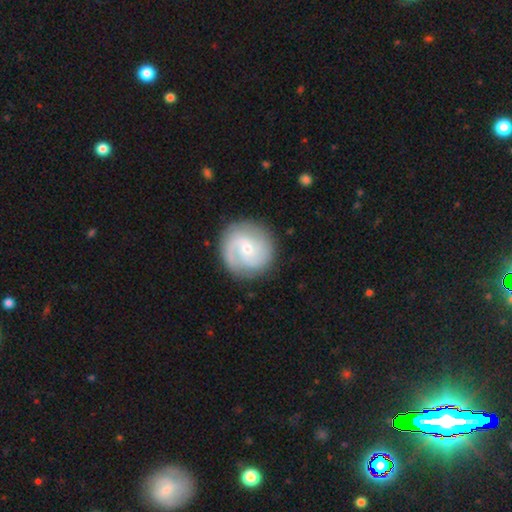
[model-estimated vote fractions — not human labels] featured or disk 78%, smooth 17%, star or artifact 5%. Down the decision tree: edge-on disk — no (98%); bar — no (59%); spiral arms — yes (94%); spiral arm count — 2 (61%); spiral winding — tight (42%, tied with medium); bulge size — small (64%); merging — none (84%).